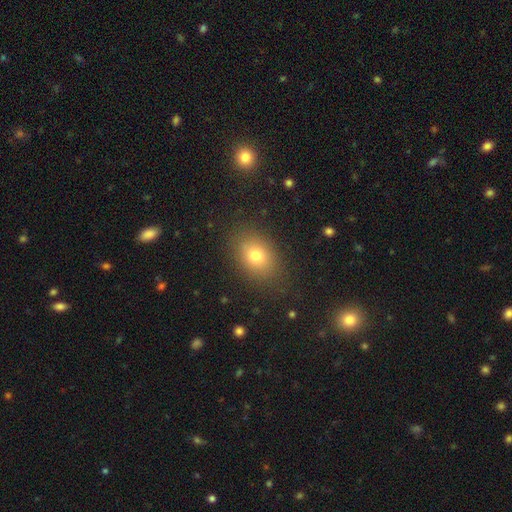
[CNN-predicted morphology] A smooth galaxy with no disk features (76%) that is in between round and cigar-shaped (68%). Merging: none (84%).